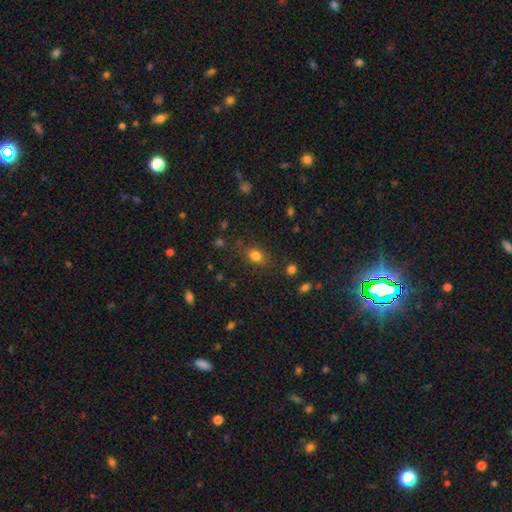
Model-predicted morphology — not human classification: Smooth or featured? Predicted: smooth (p=0.80). How rounded? Predicted: in between (p=0.60). Merging? Predicted: none (p=0.78).